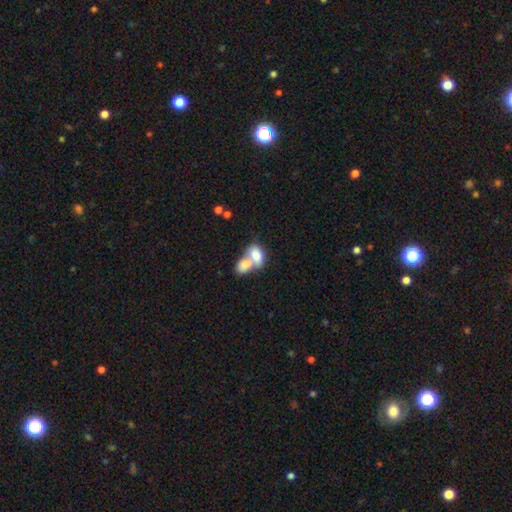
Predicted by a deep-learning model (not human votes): Overall: smooth (77%). How rounded: in between (89%). Merging: merger (75%).